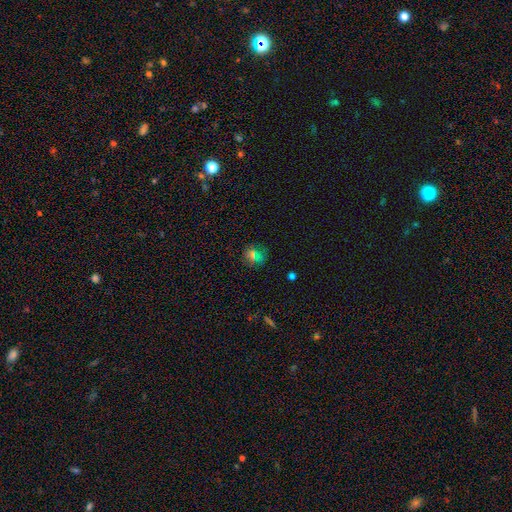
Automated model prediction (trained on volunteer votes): A smooth galaxy with no disk features (59%) that is round (81%). Merging: none (81%).